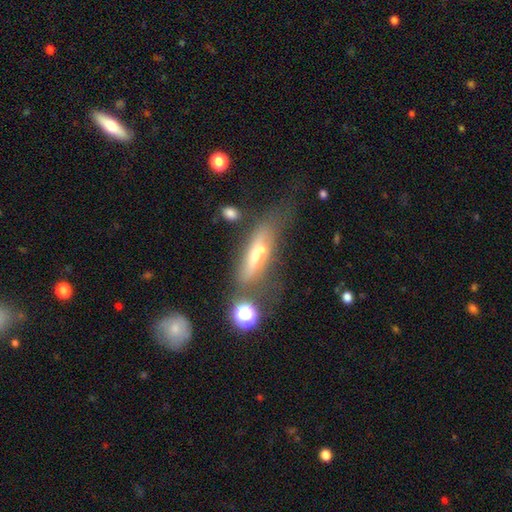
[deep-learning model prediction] A smooth galaxy with no disk features (45%).

Vote fractions:
- Smooth or featured? smooth: 45% / featured or disk: 43% / star or artifact: 12%
- Merging? none: 42% / minor disturbance: 21% / merger: 20% / major disturbance: 18%